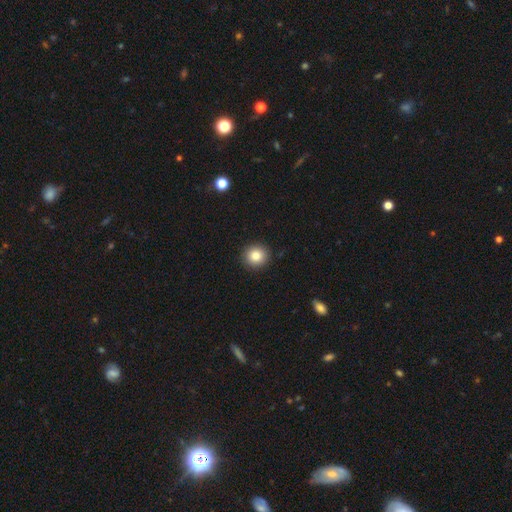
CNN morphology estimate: Overall: smooth (84%). How rounded: round (92%). Merging: none (92%).